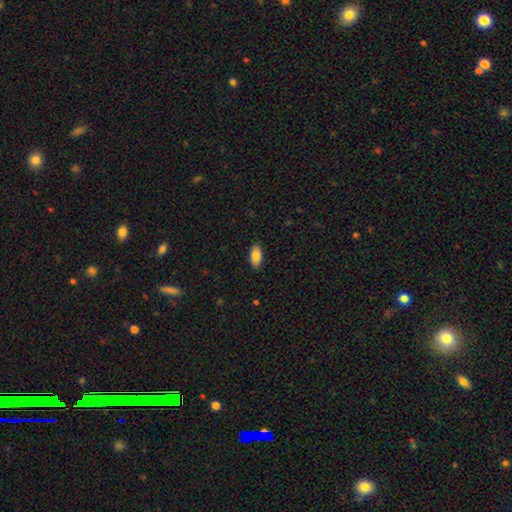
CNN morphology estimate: This is clearly a smooth galaxy (86%). How rounded: clearly in between (92%). Merging: clearly none (88%).